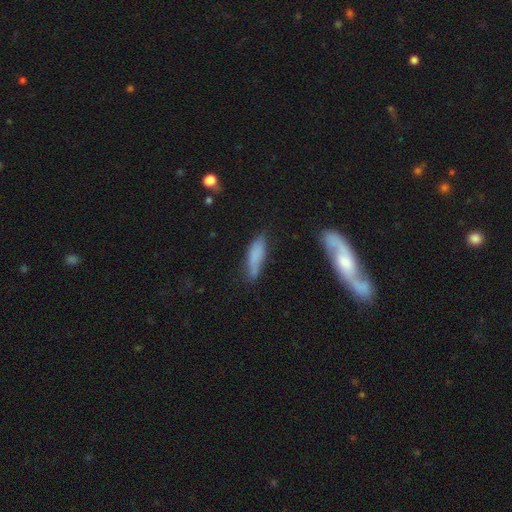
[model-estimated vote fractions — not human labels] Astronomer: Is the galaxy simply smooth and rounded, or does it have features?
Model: smooth — 72%.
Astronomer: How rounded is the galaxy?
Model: cigar-shaped — 57% (runner-up: in between, 41%).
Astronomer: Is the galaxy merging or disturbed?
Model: none — 63%.